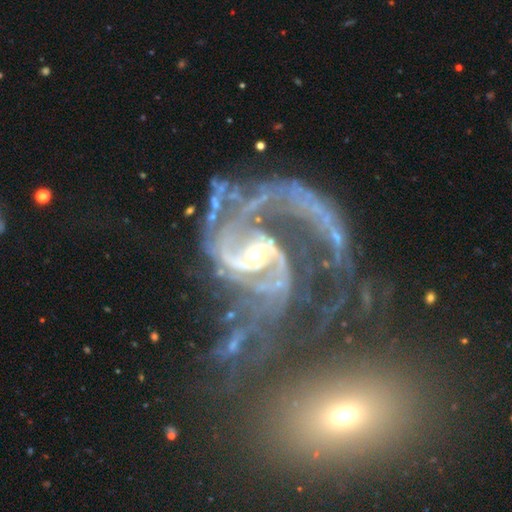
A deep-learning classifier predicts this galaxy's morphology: Smooth or featured? Predicted: featured or disk (p=0.91). Edge-on disk? Predicted: no (p=0.98). Bar? Predicted: no (p=0.48). Spiral arms? Predicted: yes (p=0.97). Spiral winding? Predicted: medium (p=0.43). Spiral arm count? Predicted: 2 (p=0.51). Bulge size? Predicted: small (p=0.46, tied with moderate). Merging? Predicted: major disturbance (p=0.45).